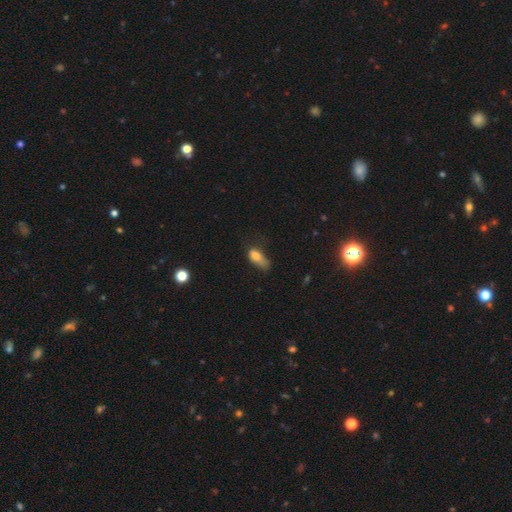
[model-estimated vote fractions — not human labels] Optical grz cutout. It shows a smooth galaxy with no disk features (75%) that is in between round and cigar-shaped (83%). Merging: major disturbance (38%).